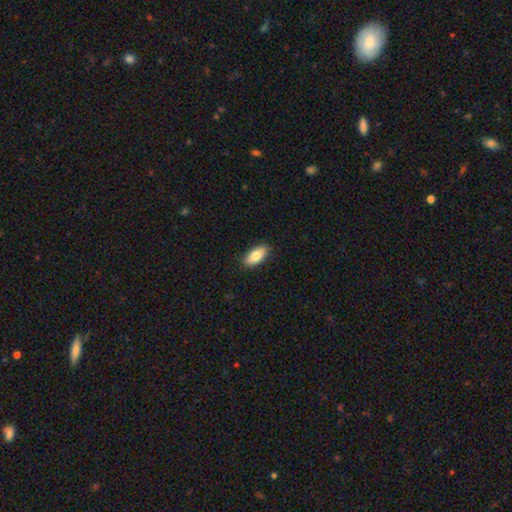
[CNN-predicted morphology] The model was most divided on "smooth or featured": smooth: 82%, featured or disk: 11%, star or artifact: 6%. More confident: merging — none (89%); how rounded — in between (88%).